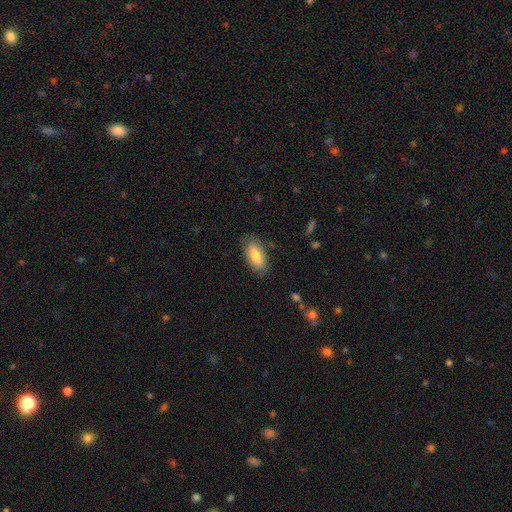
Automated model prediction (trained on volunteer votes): The model was most divided on "smooth or featured": smooth: 80%, featured or disk: 13%, star or artifact: 7%. More confident: how rounded — in between (87%); merging — none (82%).